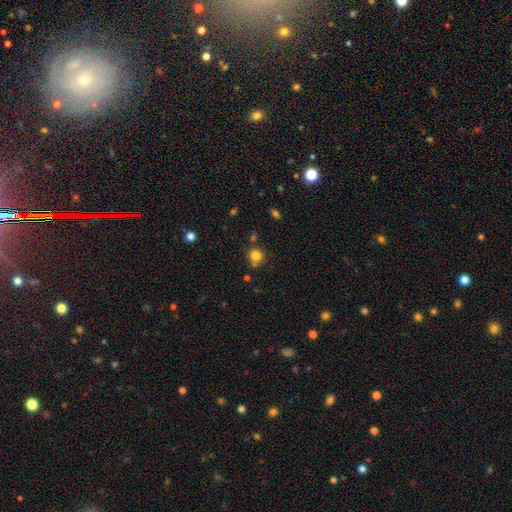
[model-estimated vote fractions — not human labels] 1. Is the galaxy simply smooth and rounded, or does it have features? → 80% smooth, 13% star or artifact, 7% featured or disk.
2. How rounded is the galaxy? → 90% round, 9% in between, 1% cigar-shaped.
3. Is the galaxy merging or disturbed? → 70% none, 14% merger, 12% minor disturbance, 4% major disturbance.